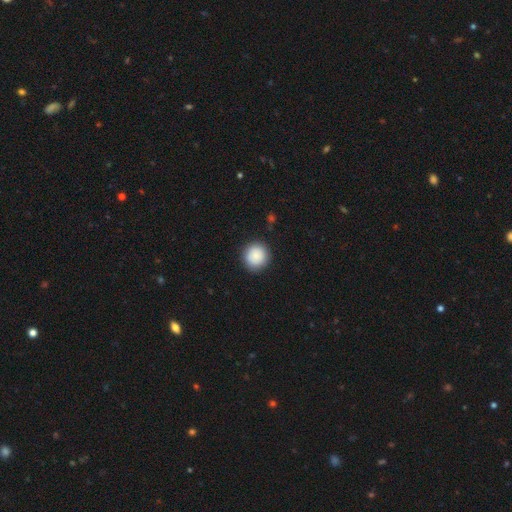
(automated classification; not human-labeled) This appears to be a smooth galaxy with no disk features (88%) that is round (94%). Merging: none (90%).